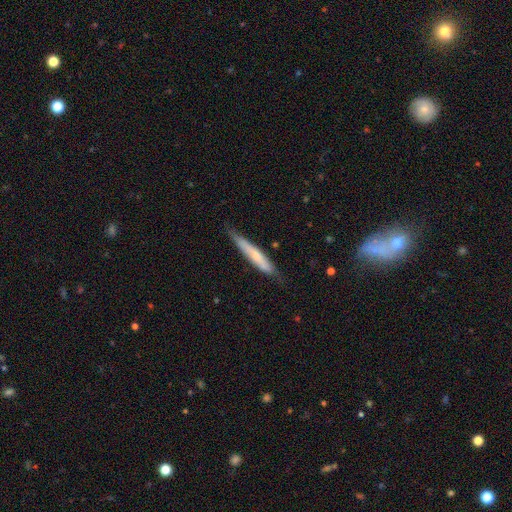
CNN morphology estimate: Q: Smooth or featured?
A: smooth (55%); runner-up: featured or disk (40%)
Q: How rounded?
A: cigar-shaped (93%); runner-up: in between (6%)
Q: Merging?
A: none (71%); runner-up: minor disturbance (24%)